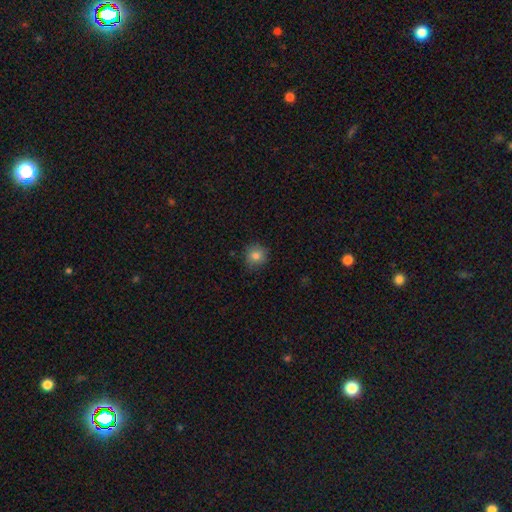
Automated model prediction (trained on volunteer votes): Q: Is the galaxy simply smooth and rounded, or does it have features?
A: smooth — 82%.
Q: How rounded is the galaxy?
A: round — 91%.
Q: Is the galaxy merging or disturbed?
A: none — 86%.